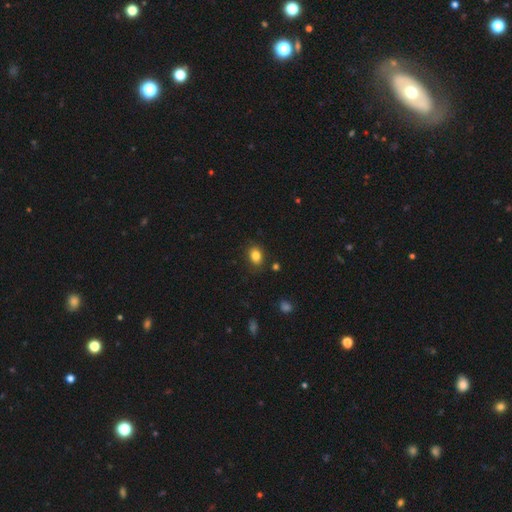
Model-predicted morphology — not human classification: The model was most divided on "how rounded": in between: 72%, round: 26%, cigar-shaped: 1%. More confident: smooth or featured — smooth (84%); merging — none (83%).